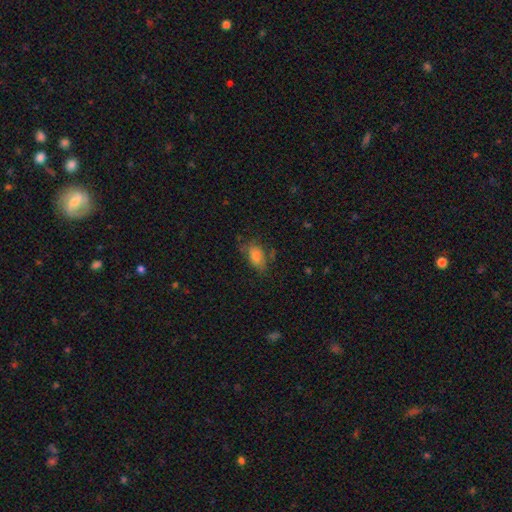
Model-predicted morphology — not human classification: This is likely a smooth galaxy (74%). How rounded: clearly in between (86%). Merging: possibly none (56%).